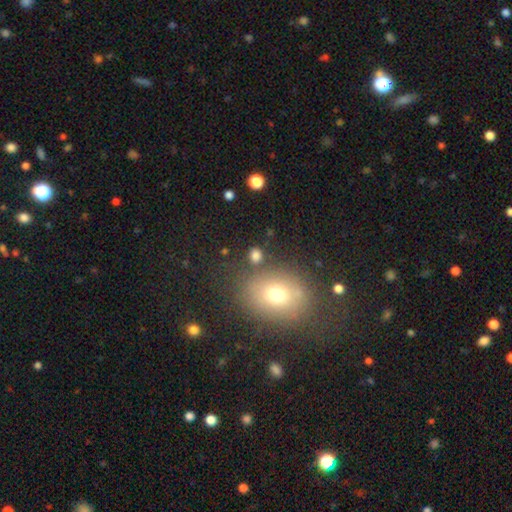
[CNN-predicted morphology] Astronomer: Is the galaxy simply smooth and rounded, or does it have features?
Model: smooth — 77%.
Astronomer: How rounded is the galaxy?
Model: round — 69%.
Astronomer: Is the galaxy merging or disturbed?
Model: none — 77%.